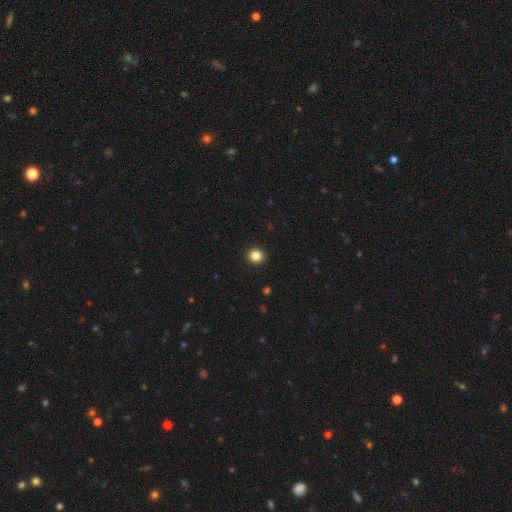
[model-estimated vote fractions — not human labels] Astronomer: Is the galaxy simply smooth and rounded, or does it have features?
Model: smooth — 85%.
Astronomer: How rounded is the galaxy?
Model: round — 86%.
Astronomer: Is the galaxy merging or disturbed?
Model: none — 93%.